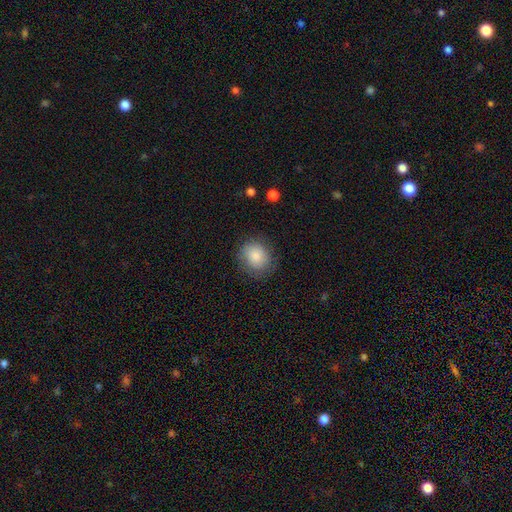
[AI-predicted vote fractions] smooth-or-featured: smooth: 83% | featured or disk: 9% | star or artifact: 8%
  how-rounded: round: 75% | in between: 24% | cigar-shaped: 1%
  merging: none: 80% | minor disturbance: 15% | major disturbance: 5% | merger: 1%